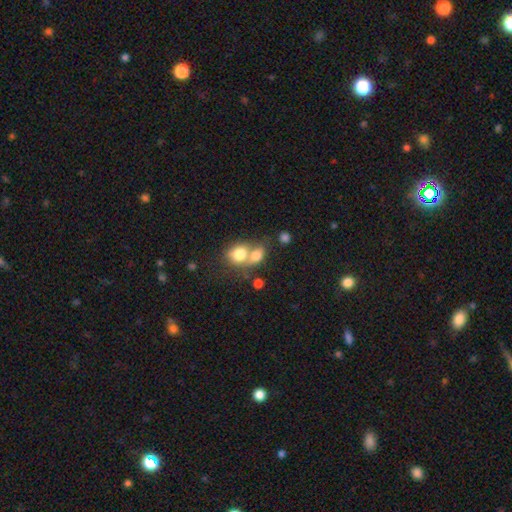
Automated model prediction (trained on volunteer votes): Q: Smooth or featured?
A: smooth (75%); runner-up: featured or disk (14%)
Q: How rounded?
A: round (49%); tied with: in between (49%)
Q: Merging?
A: merger (63%); runner-up: none (25%)